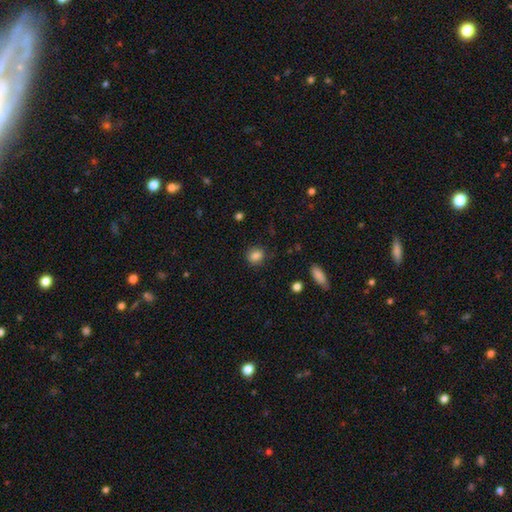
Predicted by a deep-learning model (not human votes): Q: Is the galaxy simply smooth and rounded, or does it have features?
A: smooth — 84%.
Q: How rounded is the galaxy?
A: round — 70%.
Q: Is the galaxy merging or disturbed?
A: none — 84%.